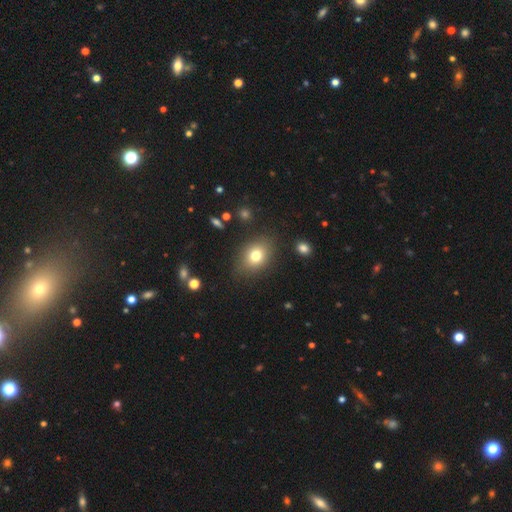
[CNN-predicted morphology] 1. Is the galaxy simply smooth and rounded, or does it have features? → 76% smooth, 12% star or artifact, 12% featured or disk.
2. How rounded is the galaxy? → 62% in between, 37% round, 1% cigar-shaped.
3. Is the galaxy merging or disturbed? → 82% none, 12% minor disturbance, 4% major disturbance, 2% merger.